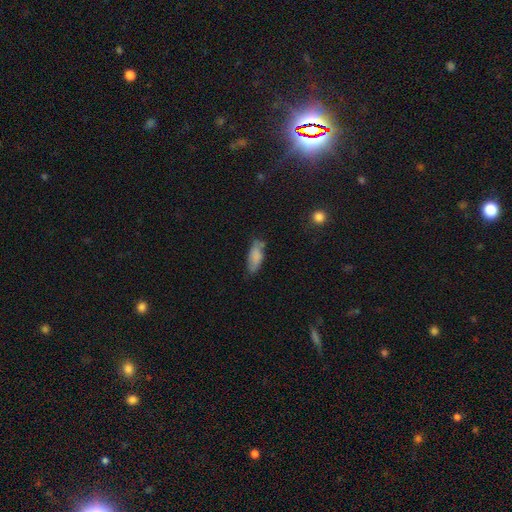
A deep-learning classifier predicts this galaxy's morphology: A smooth galaxy with no disk features (78%) that is in between round and cigar-shaped (71%).

Vote fractions:
- Smooth or featured? smooth: 78% / featured or disk: 13% / star or artifact: 8%
- How rounded? in between: 71% / cigar-shaped: 27% / round: 2%
- Merging? none: 57% / minor disturbance: 29% / major disturbance: 9% / merger: 5%